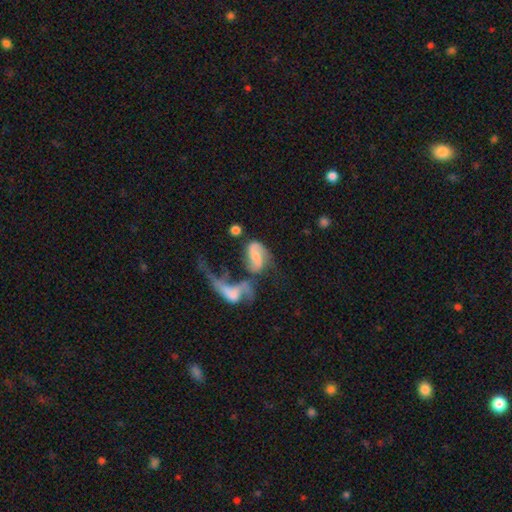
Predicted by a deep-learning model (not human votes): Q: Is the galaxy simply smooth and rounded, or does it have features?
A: featured or disk — 71%.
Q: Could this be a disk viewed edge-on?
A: no — 96%.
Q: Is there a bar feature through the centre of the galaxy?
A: weak — 42%.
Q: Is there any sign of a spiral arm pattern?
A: yes — 89%.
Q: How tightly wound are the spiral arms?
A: loose — 51%.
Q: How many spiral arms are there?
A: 2 — 84%.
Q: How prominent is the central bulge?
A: small — 35%.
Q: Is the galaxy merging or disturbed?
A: merger — 47%.